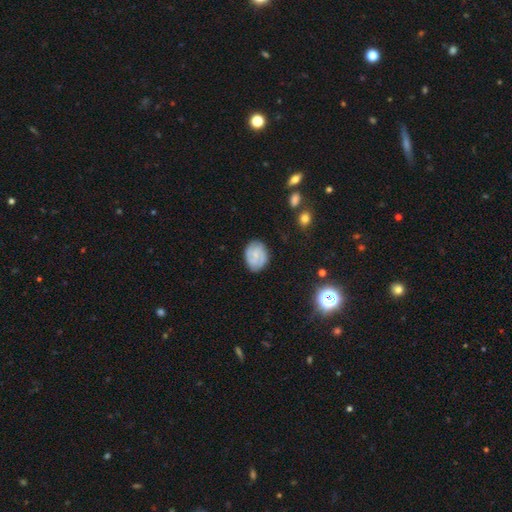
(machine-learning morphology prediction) This is possibly a featured or disk galaxy (55%). It is clearly not viewed edge-on (97%). Bar: likely no (61%). Spiral arm pattern: clearly yes (88%). Central bulge: possibly small (58%). Merging: likely none (79%).